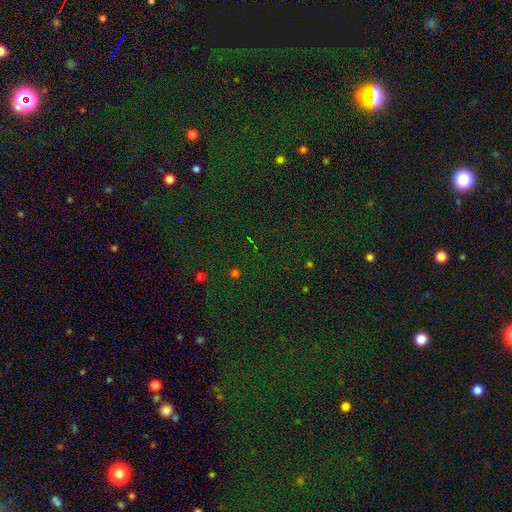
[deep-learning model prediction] Smooth or featured? Predicted: star or artifact (p=0.77).